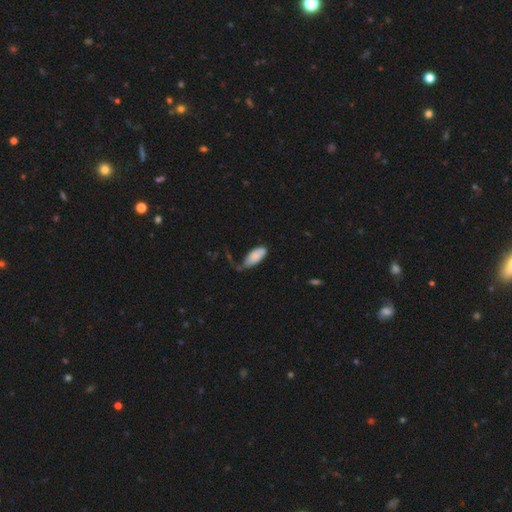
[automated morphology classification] Smooth or featured?
  - smooth: 80% *
  - featured or disk: 14%
  - star or artifact: 6%
How rounded?
  - in between: 87% *
  - cigar-shaped: 11%
  - round: 2%
Merging?
  - none: 37% *
  - minor disturbance: 35%
  - major disturbance: 20%
  - merger: 9%